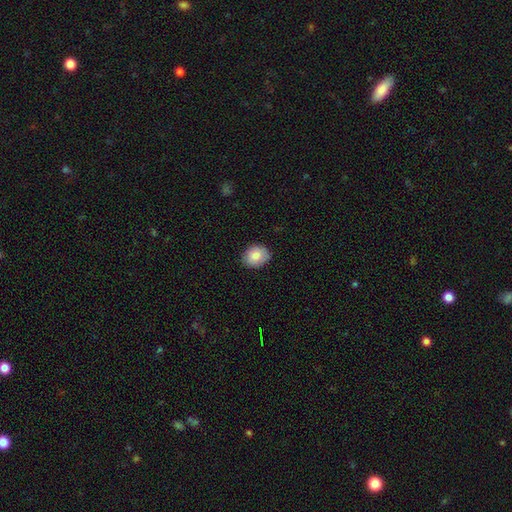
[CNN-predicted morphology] Smooth or featured: smooth — 82% (featured or disk — 10%)
How rounded: round — 59% (in between — 40%)
Merging: none — 84% (minor disturbance — 13%)